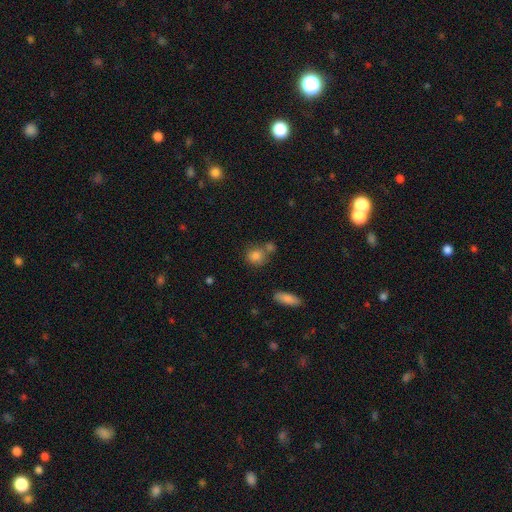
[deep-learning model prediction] This appears to be a smooth galaxy with no disk features (82%) that is round (79%). Merging: none (59%).